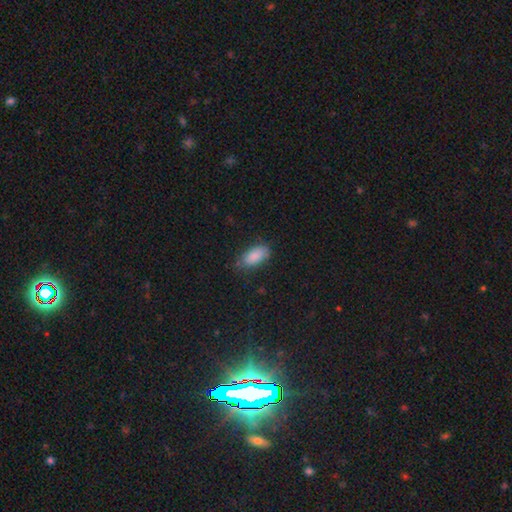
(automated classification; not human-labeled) Smooth or featured? Predicted: smooth (p=0.88). How rounded? Predicted: in between (p=0.90). Merging? Predicted: none (p=0.72).